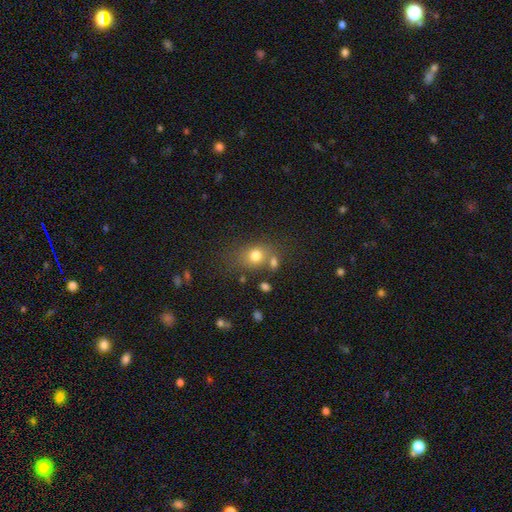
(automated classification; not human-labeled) Smooth or featured: smooth — 76% (star or artifact — 13%)
How rounded: round — 54% (in between — 45%)
Merging: none — 56% (merger — 20%)